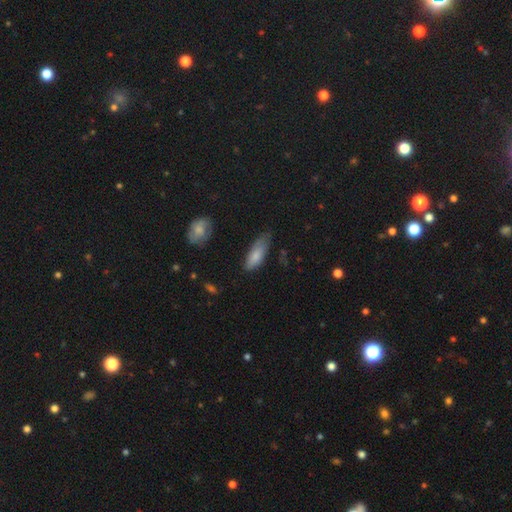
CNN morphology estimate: Smooth or featured: smooth — 78% (featured or disk — 15%)
How rounded: in between — 71% (cigar-shaped — 26%)
Merging: none — 50% (minor disturbance — 39%)